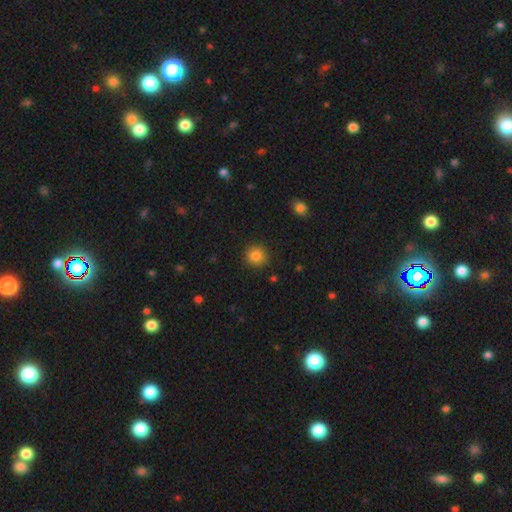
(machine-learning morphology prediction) Smooth or featured? smooth (85%)
How rounded? round (93%)
Merging? none (91%)